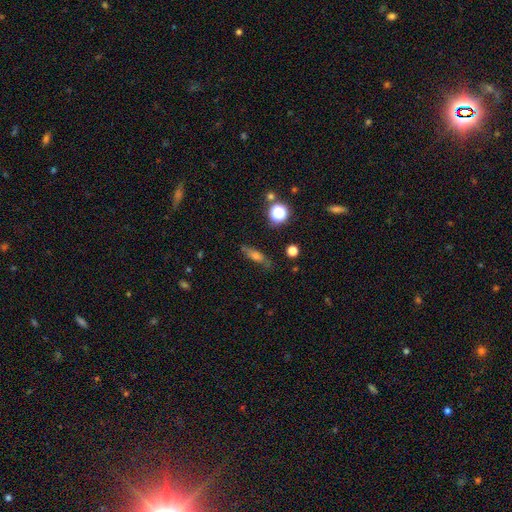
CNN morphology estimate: smooth_or_featured: smooth (p=0.51) [alt: featured or disk p=0.33]
how_rounded: cigar-shaped (p=0.52) [alt: in between p=0.38]
merging: none (p=0.75) [alt: minor disturbance p=0.17]